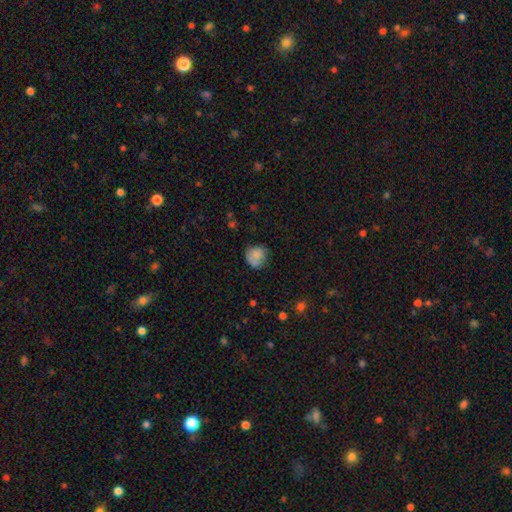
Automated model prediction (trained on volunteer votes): This is likely a smooth galaxy (76%). How rounded: likely round (80%). Merging: possibly none (57%).